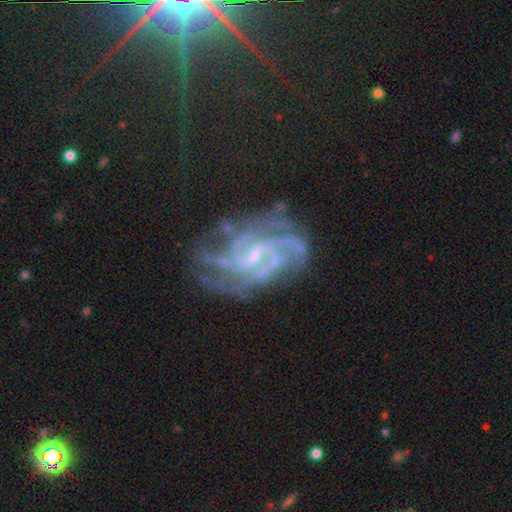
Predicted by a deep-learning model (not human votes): A featured or disk galaxy (84%) with a weak bar (52%), tight (47%) spiral arms (96%) and a small central bulge (67%).

Vote fractions:
- Smooth or featured? featured or disk: 84% / star or artifact: 10% / smooth: 5%
- Edge-on disk? no: 97% / yes: 3%
- Bar? weak: 52% / no: 32% / strong: 16%
- Spiral arms? yes: 96% / no: 4%
- Spiral winding? tight: 47% / medium: 41% / loose: 11%
- Spiral arm count? can't tell: 26% / 3: 21% / 4: 20% / 2: 16% / more than 4: 9% / 1: 8%
- Bulge size? small: 67% / moderate: 24% / none: 7% / large: 1% / dominant: 1%
- Merging? none: 64% / minor disturbance: 20% / major disturbance: 14% / merger: 3%